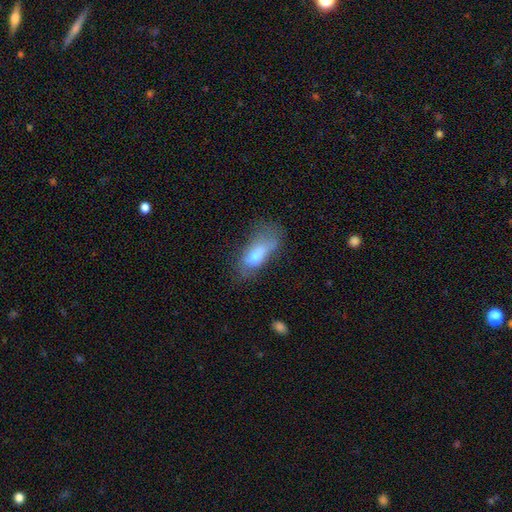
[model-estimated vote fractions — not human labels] Q: Smooth or featured?
A: smooth (63%); runner-up: featured or disk (27%)
Q: How rounded?
A: in between (75%); runner-up: cigar-shaped (21%)
Q: Merging?
A: none (34%); runner-up: minor disturbance (31%)